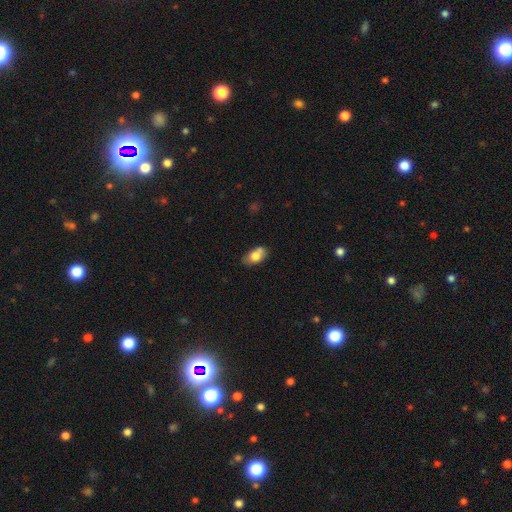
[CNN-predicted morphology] type=smooth (73%); roundness=in between (89%); merging=none (60%).